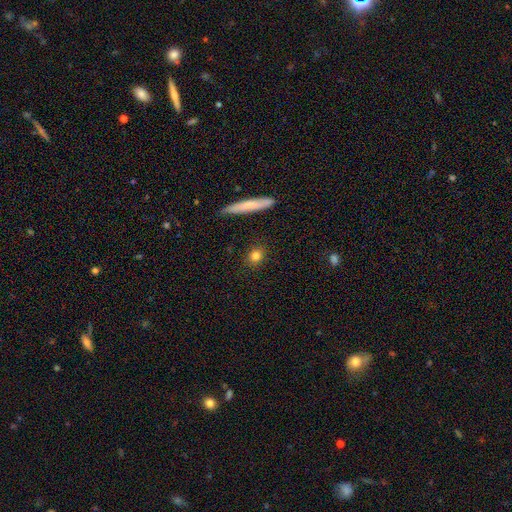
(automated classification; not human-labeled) Morphology: type=smooth (80%); roundness=round (66%); merging=none (89%).